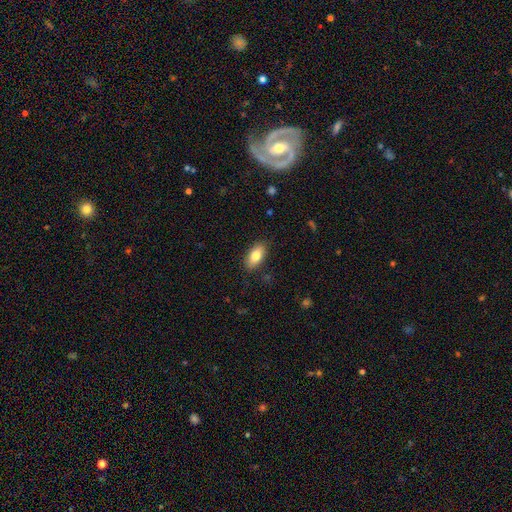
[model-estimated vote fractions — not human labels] smooth_or_featured: smooth (p=0.80) [alt: featured or disk p=0.13]
how_rounded: in between (p=0.90) [alt: cigar-shaped p=0.06]
merging: none (p=0.87) [alt: minor disturbance p=0.10]